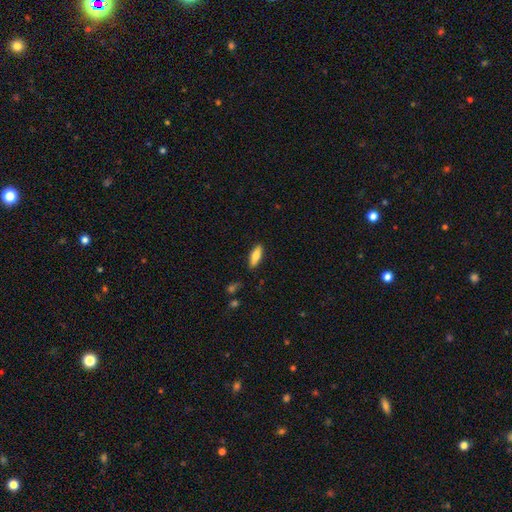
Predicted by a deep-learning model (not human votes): A smooth galaxy with no disk features (71%) that is in between round and cigar-shaped (56%).

Vote fractions:
- Smooth or featured? smooth: 71% / featured or disk: 23% / star or artifact: 6%
- How rounded? in between: 56% / cigar-shaped: 42% / round: 2%
- Merging? none: 87% / minor disturbance: 10% / major disturbance: 2% / merger: 1%